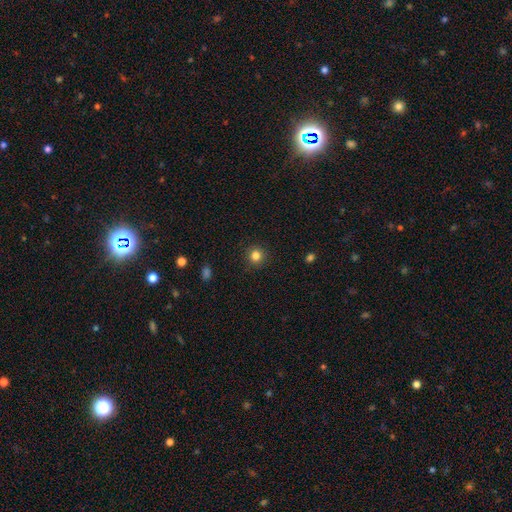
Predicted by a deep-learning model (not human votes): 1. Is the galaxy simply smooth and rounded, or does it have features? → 83% smooth, 12% star or artifact, 5% featured or disk.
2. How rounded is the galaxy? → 94% round, 5% in between, 1% cigar-shaped.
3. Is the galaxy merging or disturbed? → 90% none, 7% minor disturbance, 2% major disturbance, 1% merger.